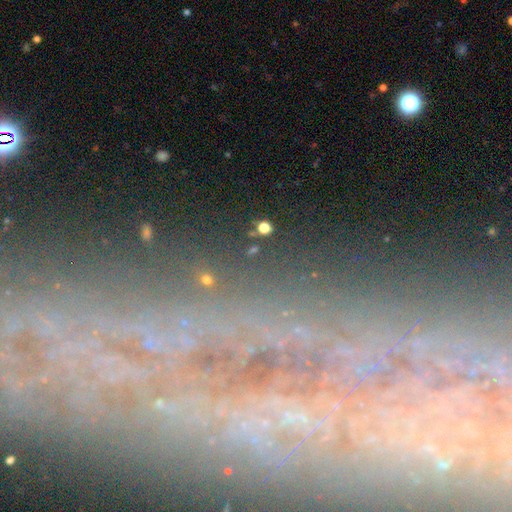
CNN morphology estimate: smooth-or-featured: star or artifact: 42% | featured or disk: 40% | smooth: 18%